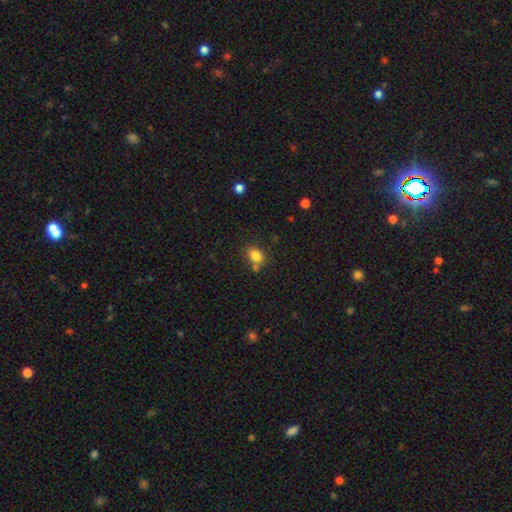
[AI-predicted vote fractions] Overall: smooth (82%). How rounded: in between (66%; round 33%). Merging: none (66%).